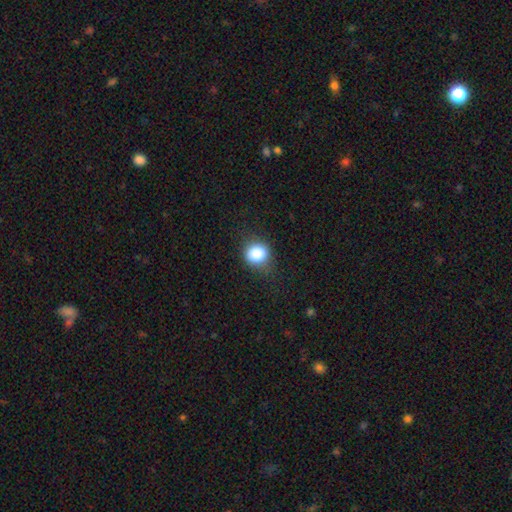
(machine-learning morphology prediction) Q: Smooth or featured?
A: smooth (85%); runner-up: star or artifact (10%)
Q: How rounded?
A: round (77%); runner-up: in between (22%)
Q: Merging?
A: none (75%); runner-up: minor disturbance (18%)